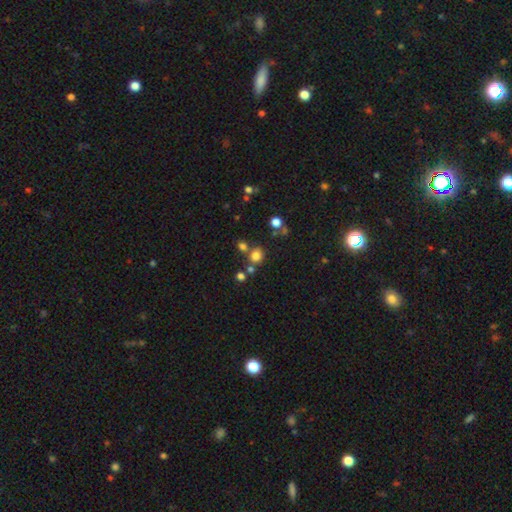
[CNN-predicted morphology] A smooth galaxy with no disk features (76%) that is round (80%). Merging: none (67%).